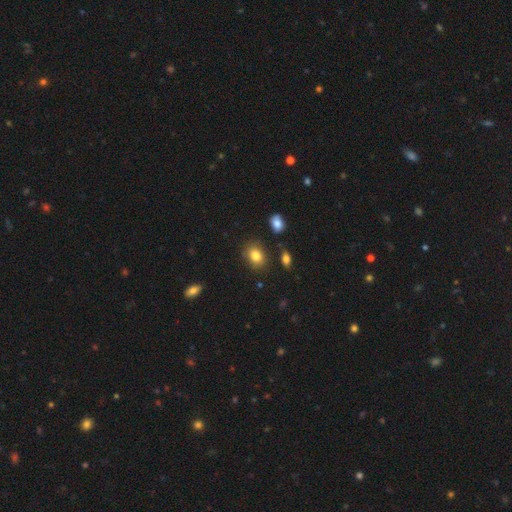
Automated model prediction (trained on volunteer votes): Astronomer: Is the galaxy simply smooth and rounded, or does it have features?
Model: smooth — 83%.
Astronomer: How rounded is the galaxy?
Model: in between — 64%.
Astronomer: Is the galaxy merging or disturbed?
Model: none — 82%.